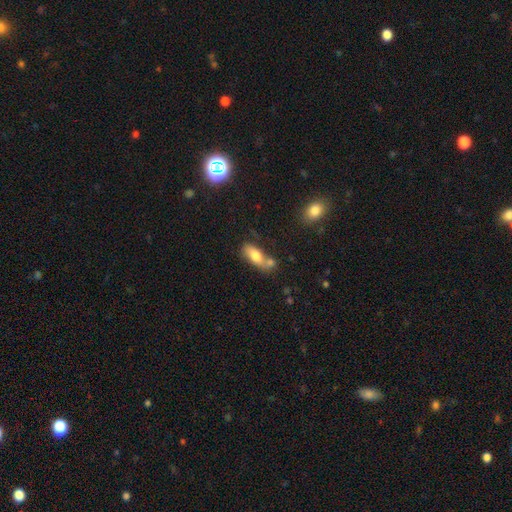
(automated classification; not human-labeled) A smooth galaxy with no disk features (69%) that is in between round and cigar-shaped (76%). Merging: none (41%).